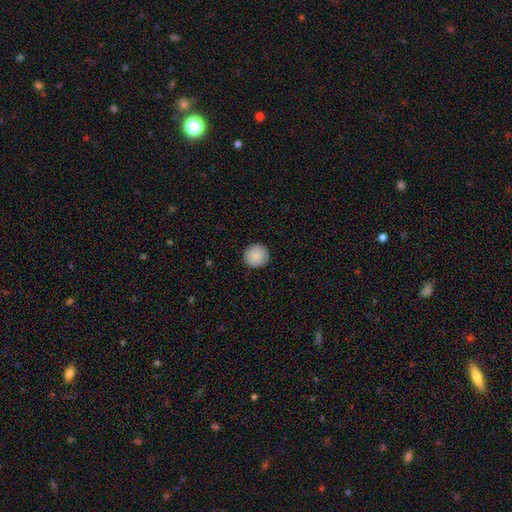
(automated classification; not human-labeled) A smooth galaxy with no disk features (89%) that is round (95%). Merging: none (91%).